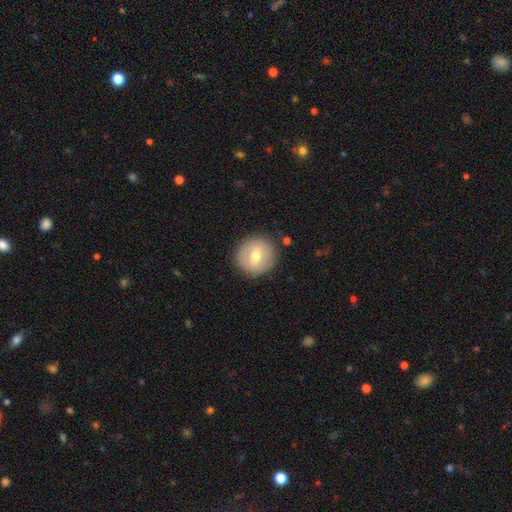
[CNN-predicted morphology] Overall: smooth (61%; featured or disk 31%). How rounded: round (93%). Merging: none (87%).